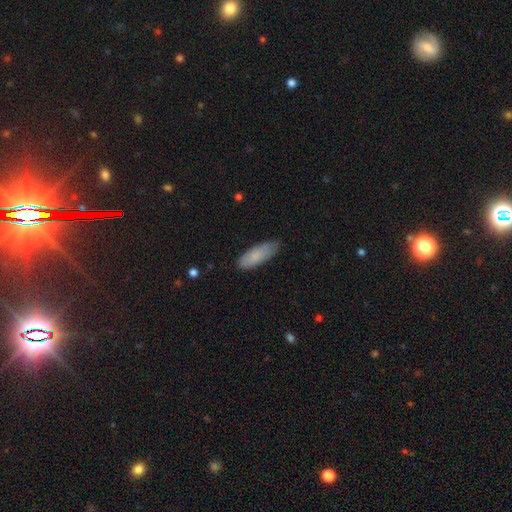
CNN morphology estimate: Smooth or featured: smooth — 83% (featured or disk — 11%)
How rounded: in between — 66% (cigar-shaped — 32%)
Merging: none — 75% (minor disturbance — 20%)